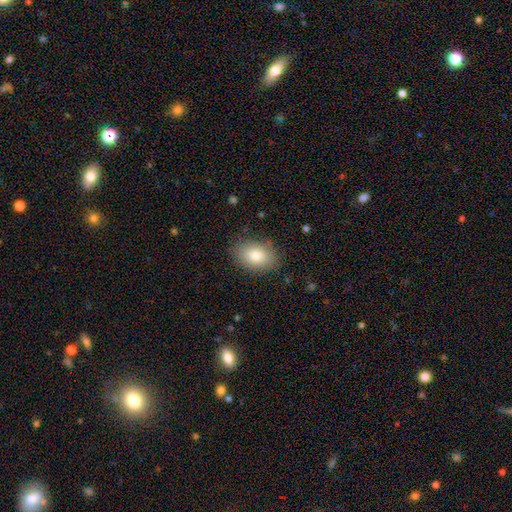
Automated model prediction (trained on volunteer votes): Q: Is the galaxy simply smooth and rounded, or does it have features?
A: smooth — 81%.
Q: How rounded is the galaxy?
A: in between — 84%.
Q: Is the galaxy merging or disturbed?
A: none — 85%.